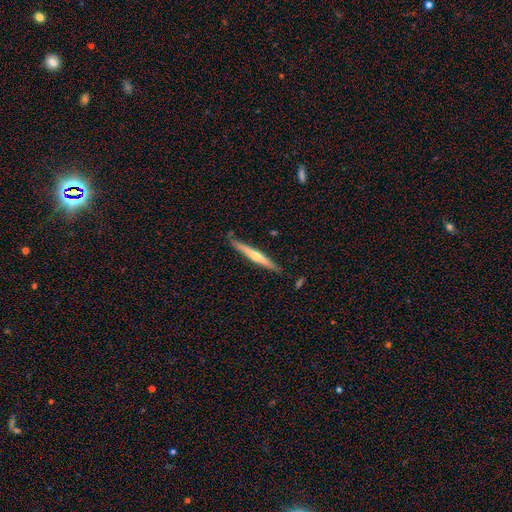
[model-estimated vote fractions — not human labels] This appears to be a featured or disk galaxy (64%) viewed edge-on (97%) with a rounded central bulge (78%). Merging: none (85%).